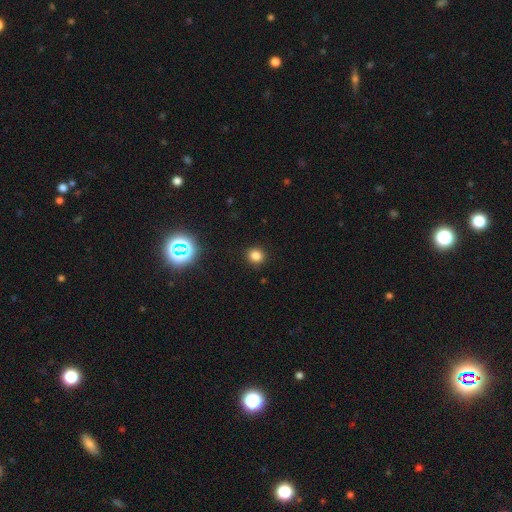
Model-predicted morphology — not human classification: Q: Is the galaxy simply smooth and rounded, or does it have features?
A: smooth — 81%.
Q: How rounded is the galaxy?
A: round — 85%.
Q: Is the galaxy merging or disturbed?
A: none — 91%.